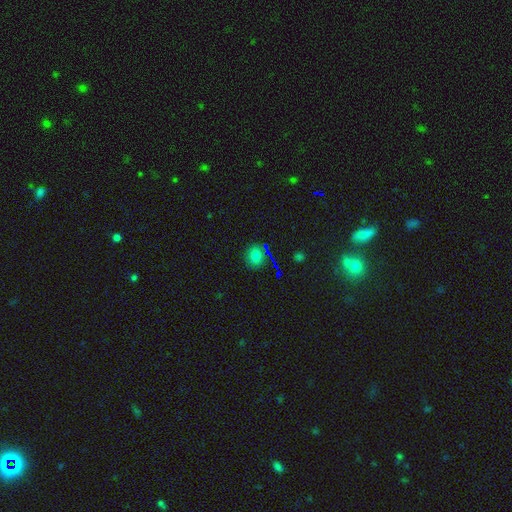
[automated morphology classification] Q: Smooth or featured?
A: smooth (71%); runner-up: star or artifact (21%)
Q: How rounded?
A: round (71%); runner-up: in between (28%)
Q: Merging?
A: none (82%); runner-up: minor disturbance (11%)